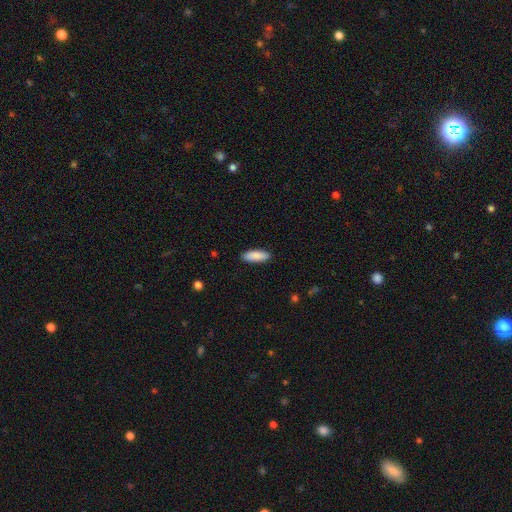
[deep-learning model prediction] This is clearly a smooth galaxy (89%). How rounded: possibly in between (58%). Merging: clearly none (90%).